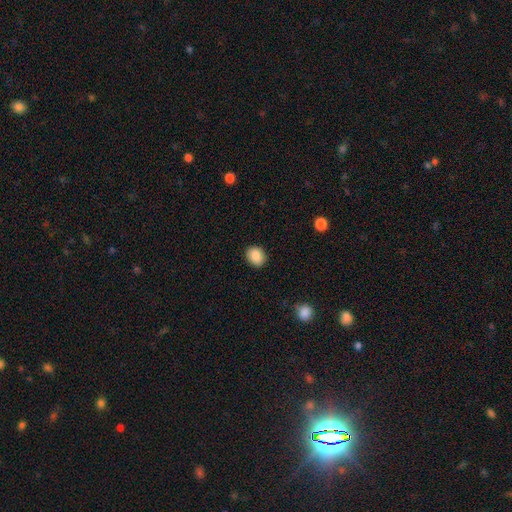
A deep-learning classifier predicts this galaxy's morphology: Smooth or featured? Predicted: smooth (p=0.88). How rounded? Predicted: round (p=0.57). Merging? Predicted: none (p=0.89).